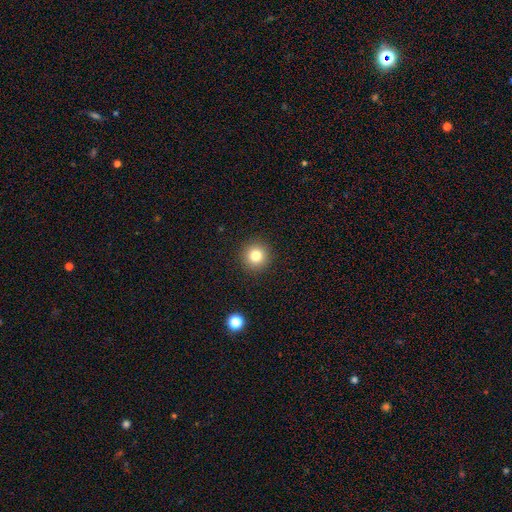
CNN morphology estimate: smooth 81%, star or artifact 12%, featured or disk 8%. Down the decision tree: how rounded — round (95%); merging — none (92%).